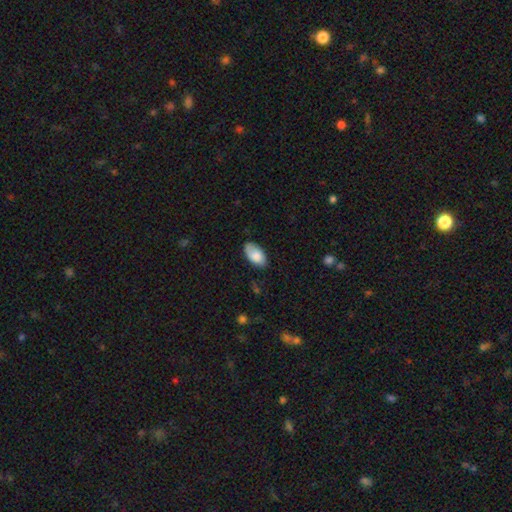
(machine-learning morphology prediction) smooth 81%, featured or disk 13%, star or artifact 6%. Down the decision tree: how rounded — in between (95%); merging — none (74%).